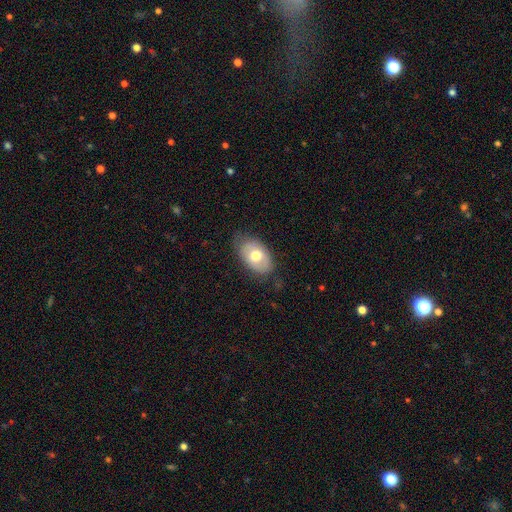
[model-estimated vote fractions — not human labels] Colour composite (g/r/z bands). It shows a smooth galaxy with no disk features (63%) that is in between round and cigar-shaped (89%). Merging: none (73%).